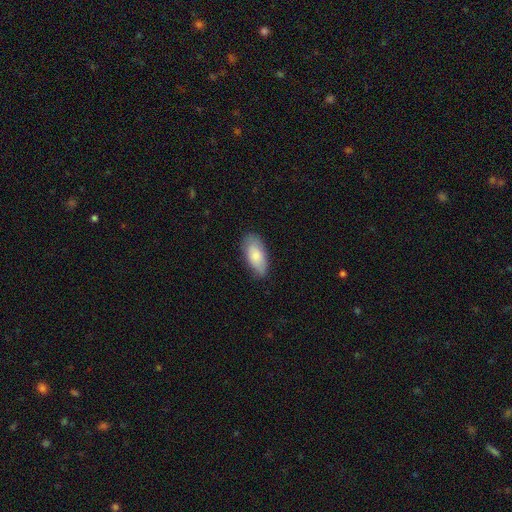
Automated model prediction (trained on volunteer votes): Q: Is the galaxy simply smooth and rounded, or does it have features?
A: smooth — 78%.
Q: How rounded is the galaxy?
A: in between — 90%.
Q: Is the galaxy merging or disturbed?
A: none — 76%.